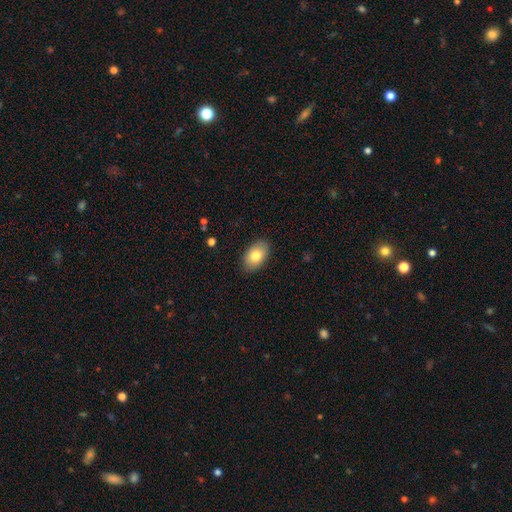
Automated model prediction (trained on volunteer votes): Smooth or featured? Predicted: smooth (p=0.80). How rounded? Predicted: in between (p=0.92). Merging? Predicted: none (p=0.88).